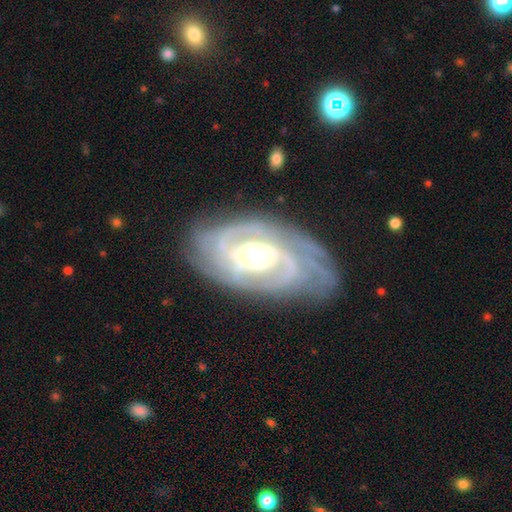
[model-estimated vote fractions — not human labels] A featured or disk galaxy (89%) with no bar (47%), 2 (30%) tight (66%) spiral arms (97%) and a moderate central bulge (64%).

Vote fractions:
- Smooth or featured? featured or disk: 89% / smooth: 6% / star or artifact: 5%
- Edge-on disk? no: 95% / yes: 5%
- Bar? no: 47% / weak: 35% / strong: 18%
- Spiral arms? yes: 97% / no: 3%
- Spiral winding? tight: 66% / medium: 29% / loose: 5%
- Spiral arm count? 2: 30% / 3: 26% / can't tell: 21% / 4: 10% / more than 4: 6% / 1: 6%
- Bulge size? moderate: 64% / large: 21% / small: 12% / dominant: 1% / none: 1%
- Merging? none: 76% / minor disturbance: 16% / major disturbance: 6% / merger: 1%